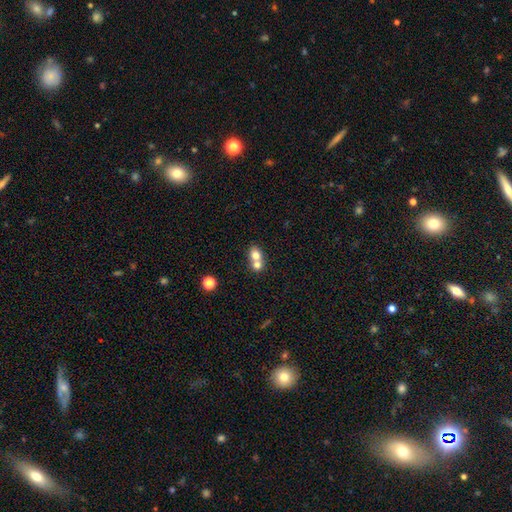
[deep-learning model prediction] smooth_or_featured: smooth (p=0.74) [alt: featured or disk p=0.16]
how_rounded: round (p=0.58) [alt: in between p=0.40]
merging: merger (p=0.64) [alt: none p=0.29]